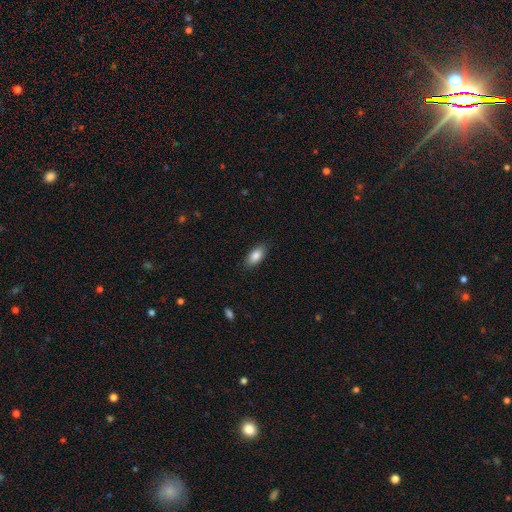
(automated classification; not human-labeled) A smooth galaxy with no disk features (85%) that is in between round and cigar-shaped (89%).

Vote fractions:
- Smooth or featured? smooth: 85% / featured or disk: 8% / star or artifact: 7%
- How rounded? in between: 89% / cigar-shaped: 8% / round: 3%
- Merging? none: 86% / minor disturbance: 10% / major disturbance: 2% / merger: 1%